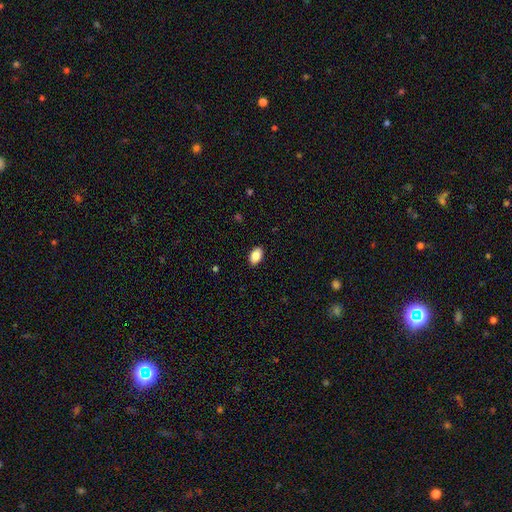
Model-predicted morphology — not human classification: Smooth or featured? smooth (85%)
How rounded? in between (91%)
Merging? none (90%)